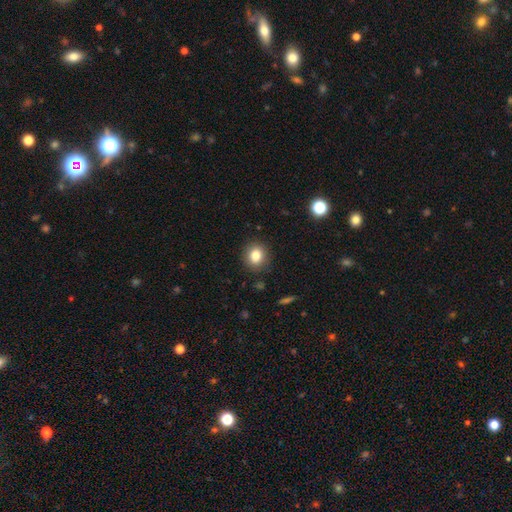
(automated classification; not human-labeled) Smooth or featured: smooth — 81% (star or artifact — 11%)
How rounded: round — 74% (in between — 25%)
Merging: none — 89% (minor disturbance — 8%)